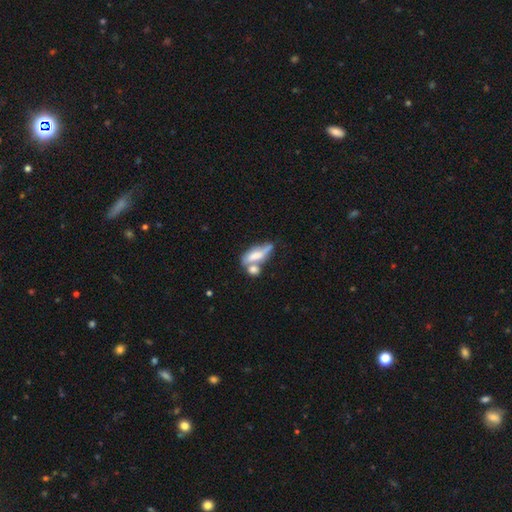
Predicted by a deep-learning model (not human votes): This appears to be a smooth galaxy with no disk features (53%) that is in between round and cigar-shaped (65%). Merging: merger (48%).